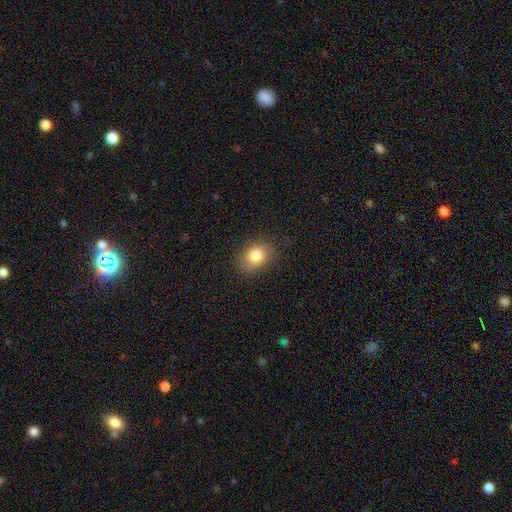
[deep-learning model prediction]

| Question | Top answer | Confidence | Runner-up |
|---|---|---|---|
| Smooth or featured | smooth | 82% | star or artifact (11%) |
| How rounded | round | 50% | in between (49%) |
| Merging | none | 85% | minor disturbance (11%) |